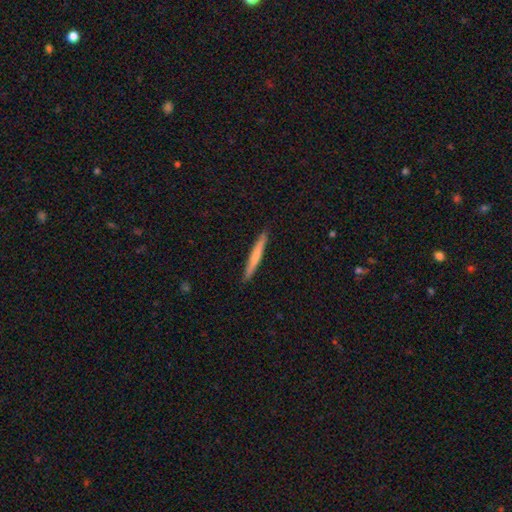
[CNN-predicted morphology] Smooth or featured: smooth — 65% (featured or disk — 30%)
How rounded: cigar-shaped — 97% (in between — 2%)
Merging: none — 91% (minor disturbance — 6%)